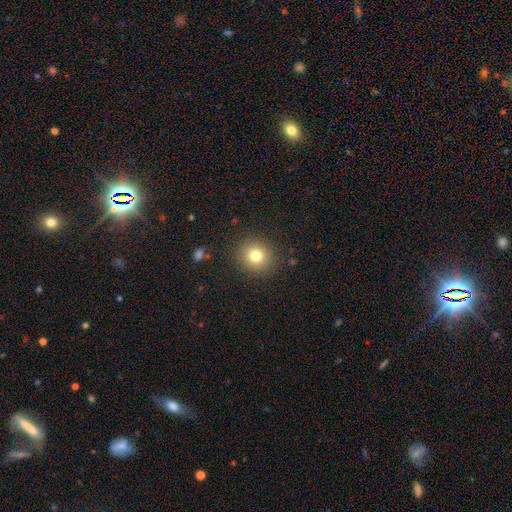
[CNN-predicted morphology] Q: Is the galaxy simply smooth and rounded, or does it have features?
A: smooth — 78%.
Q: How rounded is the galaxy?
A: round — 87%.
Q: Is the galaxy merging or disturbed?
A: none — 89%.